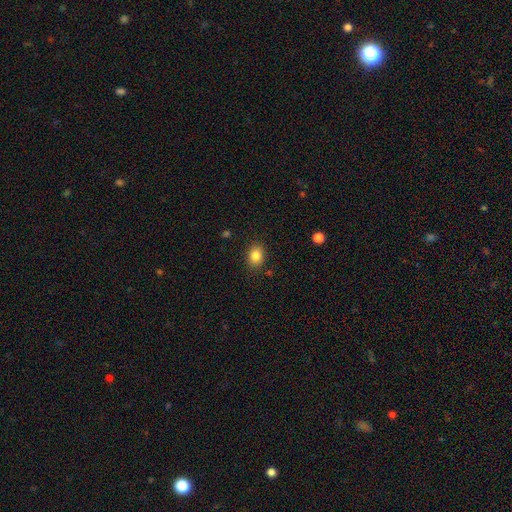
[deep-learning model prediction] Smooth or featured?
  - smooth: 84% *
  - star or artifact: 10%
  - featured or disk: 6%
How rounded?
  - in between: 58% *
  - round: 41%
  - cigar-shaped: 1%
Merging?
  - none: 86% *
  - minor disturbance: 10%
  - major disturbance: 3%
  - merger: 1%